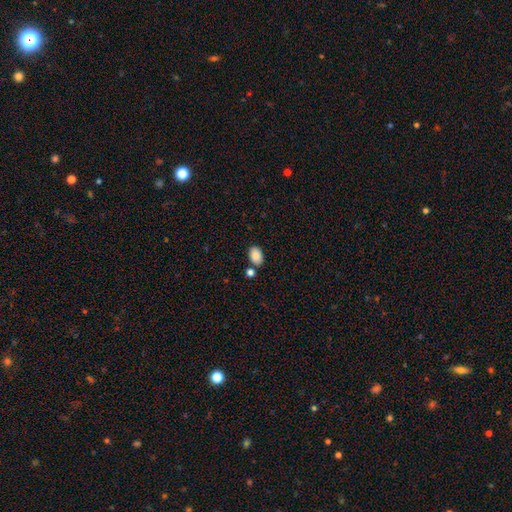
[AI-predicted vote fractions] This appears to be a smooth galaxy with no disk features (86%) that is in between round and cigar-shaped (88%). Merging: none (76%).